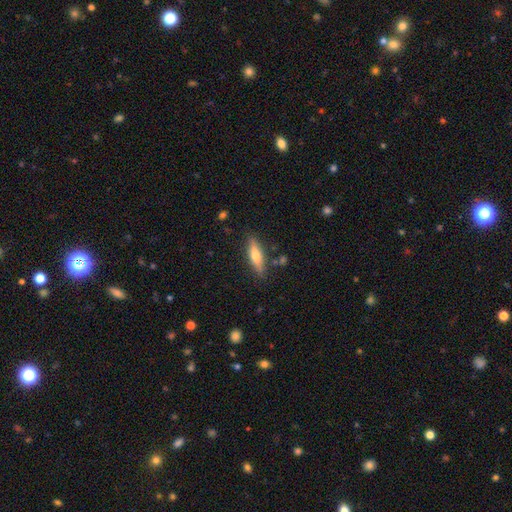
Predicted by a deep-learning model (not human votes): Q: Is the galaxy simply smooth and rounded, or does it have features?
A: smooth — 51%.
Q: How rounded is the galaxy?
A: cigar-shaped — 63%.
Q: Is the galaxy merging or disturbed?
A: none — 82%.